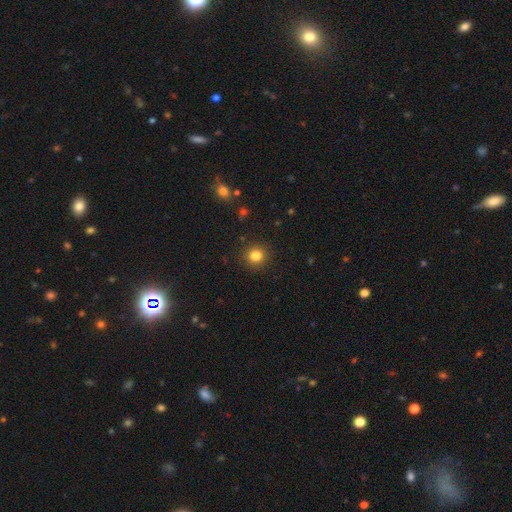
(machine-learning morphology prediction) This is clearly a smooth galaxy (83%). How rounded: clearly round (89%). Merging: clearly none (90%).